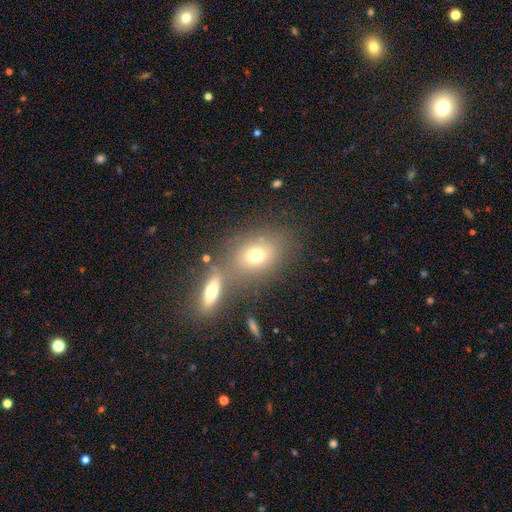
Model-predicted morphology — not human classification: Q: Smooth or featured?
A: smooth (70%); runner-up: featured or disk (17%)
Q: How rounded?
A: in between (64%); runner-up: round (34%)
Q: Merging?
A: none (56%); runner-up: merger (27%)